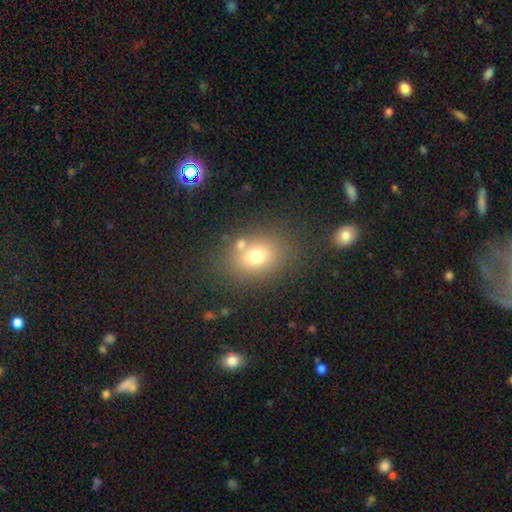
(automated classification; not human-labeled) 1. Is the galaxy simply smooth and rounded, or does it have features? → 72% smooth, 14% star or artifact, 14% featured or disk.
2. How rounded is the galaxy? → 59% in between, 40% round, 1% cigar-shaped.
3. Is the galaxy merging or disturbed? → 70% none, 13% merger, 12% minor disturbance, 5% major disturbance.